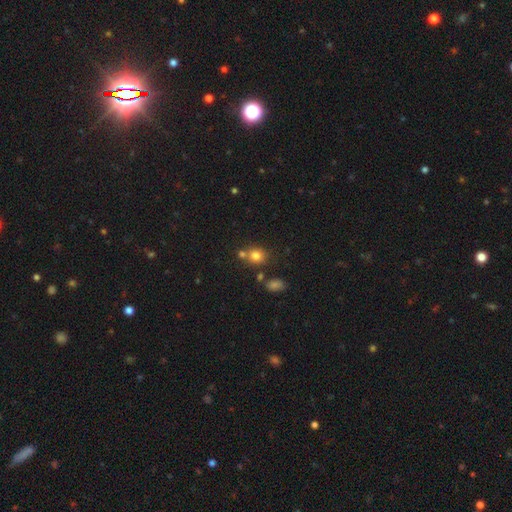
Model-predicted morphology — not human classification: smooth_or_featured: smooth (p=0.78) [alt: star or artifact p=0.14]
how_rounded: round (p=0.72) [alt: in between p=0.27]
merging: none (p=0.63) [alt: merger p=0.22]